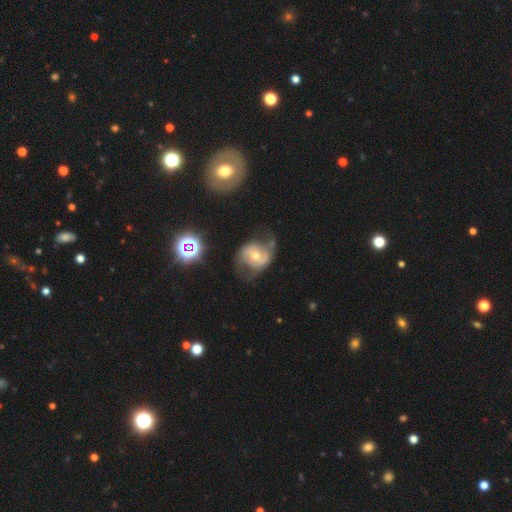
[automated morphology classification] The model was most divided on "spiral winding": medium: 41%, loose: 40%, tight: 19%. Remaining: edge-on disk — no (96%); spiral arms — yes (82%); spiral arm count — 2 (78%); smooth or featured — featured or disk (70%); bulge size — moderate (58%); merging — none (48%); bar — no (44%).